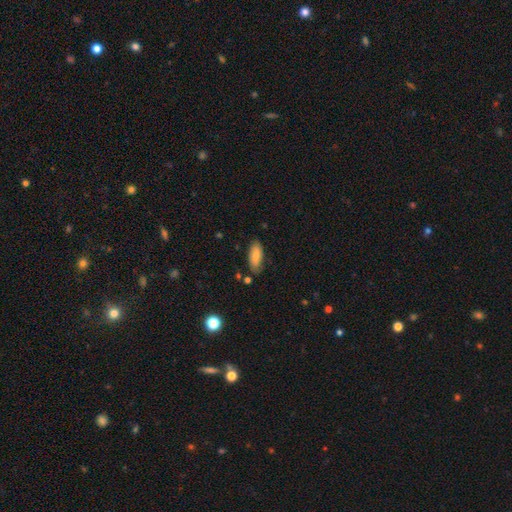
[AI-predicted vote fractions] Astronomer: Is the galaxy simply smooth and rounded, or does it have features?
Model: smooth — 79%.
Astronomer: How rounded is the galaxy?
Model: in between — 81%.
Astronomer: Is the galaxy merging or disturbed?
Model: none — 78%.